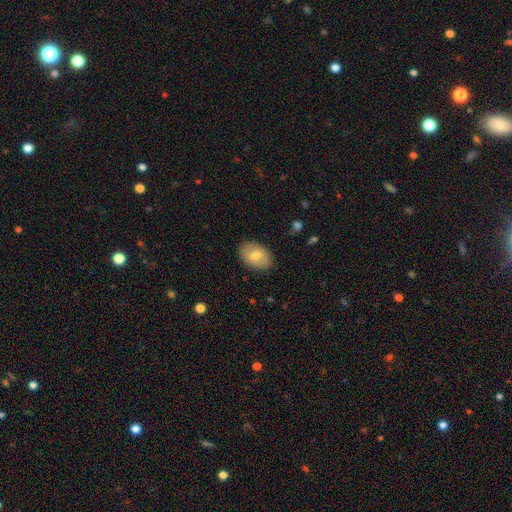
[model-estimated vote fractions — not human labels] Smooth or featured: smooth — 69% (featured or disk — 24%)
How rounded: in between — 86% (round — 13%)
Merging: none — 87% (minor disturbance — 10%)